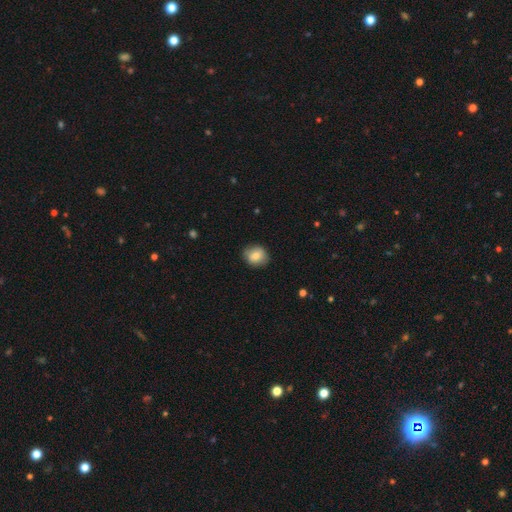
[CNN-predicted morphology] This is likely a smooth galaxy (79%). How rounded: likely round (70%). Merging: clearly none (82%).